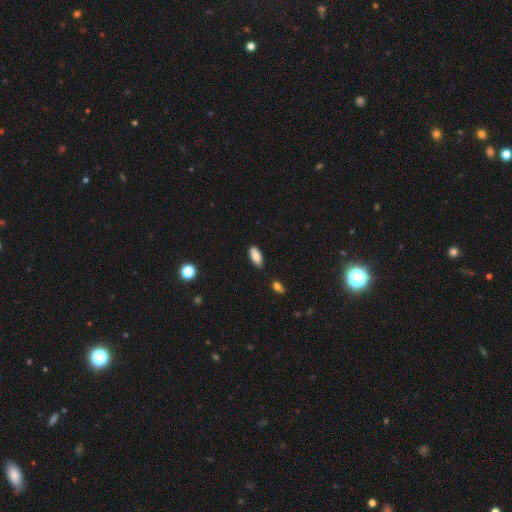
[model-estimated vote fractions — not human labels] smooth-or-featured: smooth: 84% | featured or disk: 8% | star or artifact: 7%
  how-rounded: in between: 85% | cigar-shaped: 13% | round: 2%
  merging: none: 84% | minor disturbance: 12% | major disturbance: 2% | merger: 2%